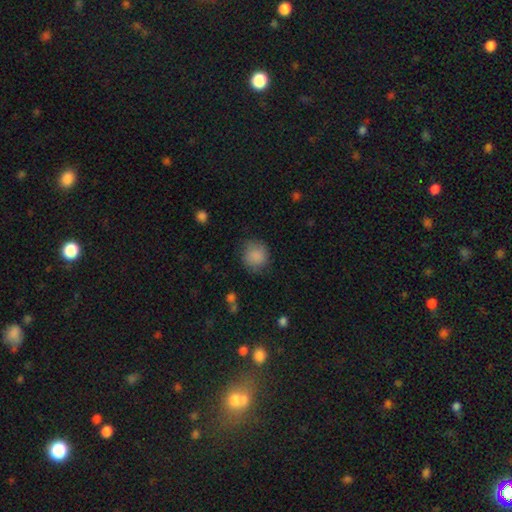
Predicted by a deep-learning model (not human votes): Smooth or featured: smooth — 86% (star or artifact — 8%)
How rounded: round — 86% (in between — 13%)
Merging: none — 76% (minor disturbance — 18%)